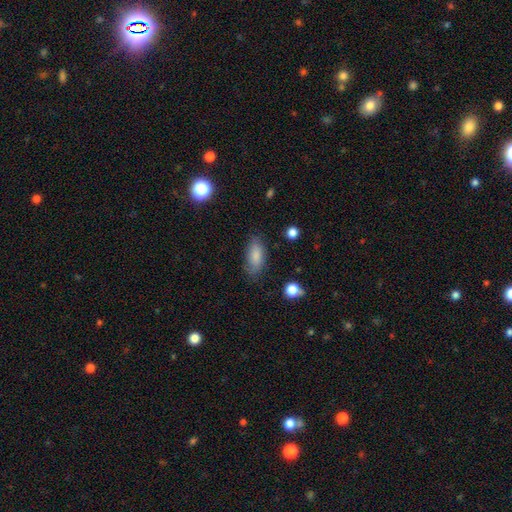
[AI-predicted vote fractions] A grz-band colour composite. It shows a smooth galaxy with no disk features (82%) that is in between round and cigar-shaped (86%). Merging: none (74%).